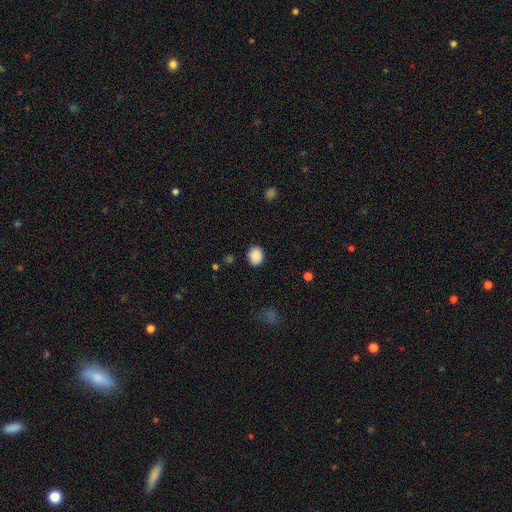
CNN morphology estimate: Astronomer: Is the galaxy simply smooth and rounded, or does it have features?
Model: smooth — 88%.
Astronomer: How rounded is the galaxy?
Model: round — 62%.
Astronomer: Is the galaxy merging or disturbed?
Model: none — 87%.